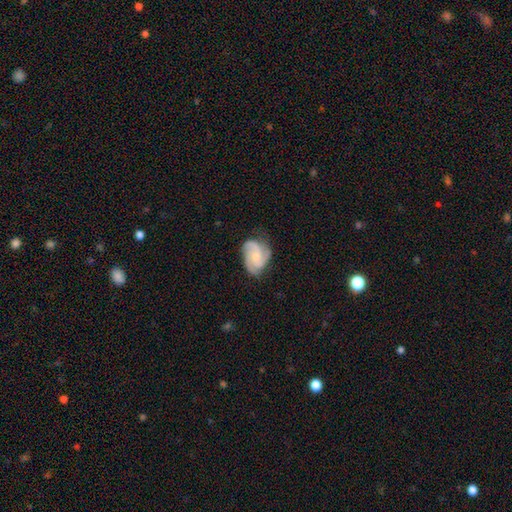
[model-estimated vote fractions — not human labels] Smooth or featured: featured or disk — 83% (smooth — 12%)
Edge-on disk: no — 98% (yes — 2%)
Bar: no — 66% (weak — 28%)
Spiral arms: yes — 98% (no — 2%)
Spiral winding: medium — 50% (tight — 38%)
Spiral arm count: 3 — 68% (2 — 15%)
Bulge size: small — 56% (moderate — 30%)
Merging: none — 69% (minor disturbance — 22%)